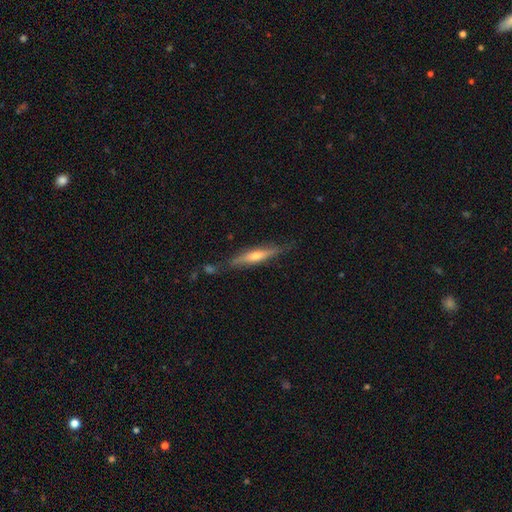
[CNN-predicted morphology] Smooth or featured?
  - featured or disk: 66% *
  - smooth: 27%
  - star or artifact: 6%
Edge-on disk?
  - yes: 94% *
  - no: 6%
Edge-on bulge?
  - rounded: 80% *
  - none: 12%
  - boxy: 7%
Merging?
  - none: 78% *
  - minor disturbance: 15%
  - merger: 4%
  - major disturbance: 3%